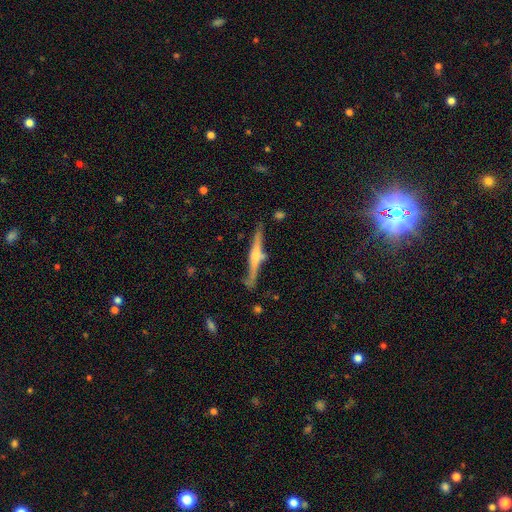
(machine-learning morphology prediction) This appears to be a featured or disk galaxy (69%) viewed edge-on (97%) with a rounded central bulge (77%). Merging: none (75%).